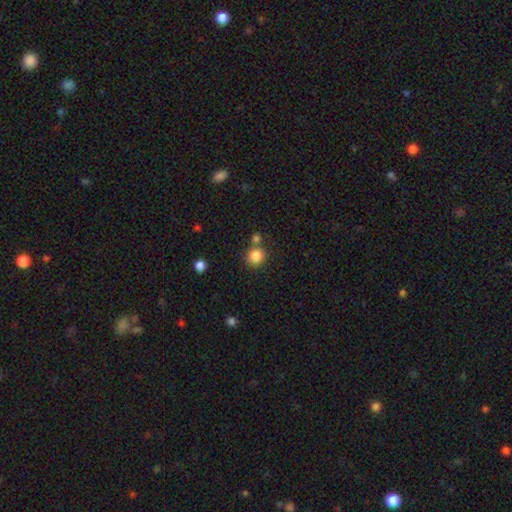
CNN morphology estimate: Smooth or featured?
  - smooth: 84% *
  - star or artifact: 11%
  - featured or disk: 5%
How rounded?
  - round: 91% *
  - in between: 8%
  - cigar-shaped: 1%
Merging?
  - none: 71% *
  - merger: 17%
  - minor disturbance: 9%
  - major disturbance: 3%